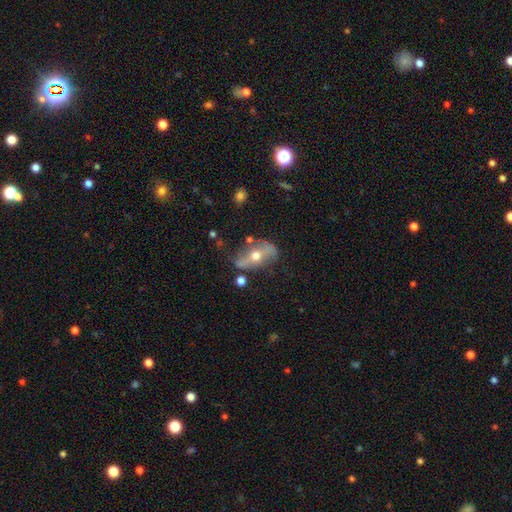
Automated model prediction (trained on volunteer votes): Smooth or featured? featured or disk (66%)
Edge-on disk? no (74%)
Merging? none (61%)